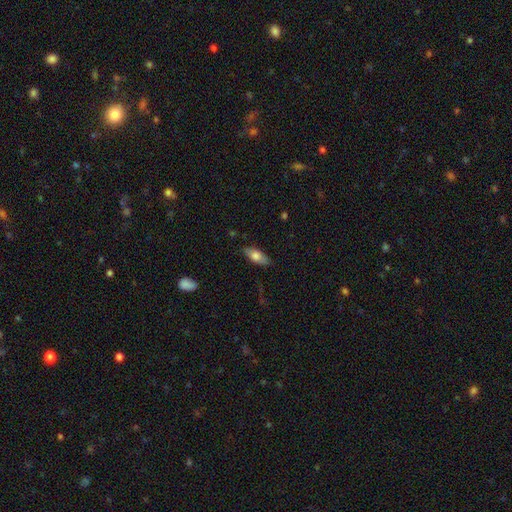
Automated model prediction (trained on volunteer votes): Q: Smooth or featured?
A: smooth (70%); runner-up: featured or disk (23%)
Q: How rounded?
A: in between (76%); runner-up: cigar-shaped (21%)
Q: Merging?
A: none (82%); runner-up: minor disturbance (14%)